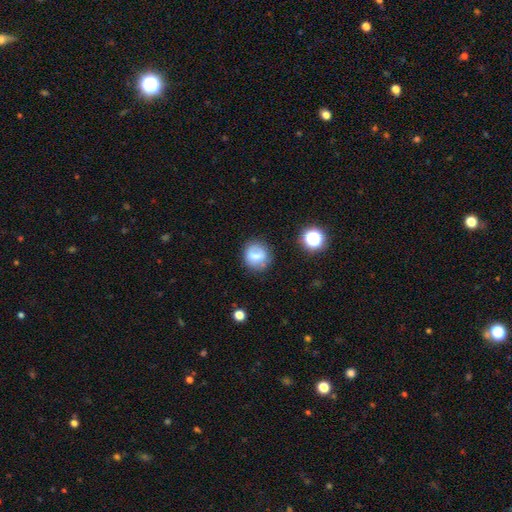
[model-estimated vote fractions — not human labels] Smooth or featured: smooth — 64% (featured or disk — 25%)
How rounded: round — 78% (in between — 21%)
Merging: none — 72% (minor disturbance — 18%)